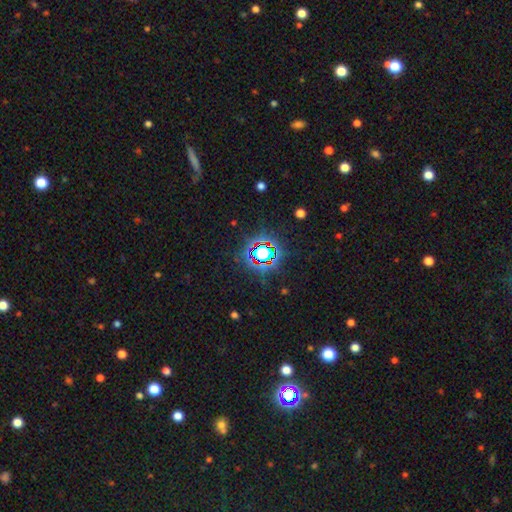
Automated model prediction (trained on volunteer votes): star or artifact 73%, smooth 16%, featured or disk 11%.